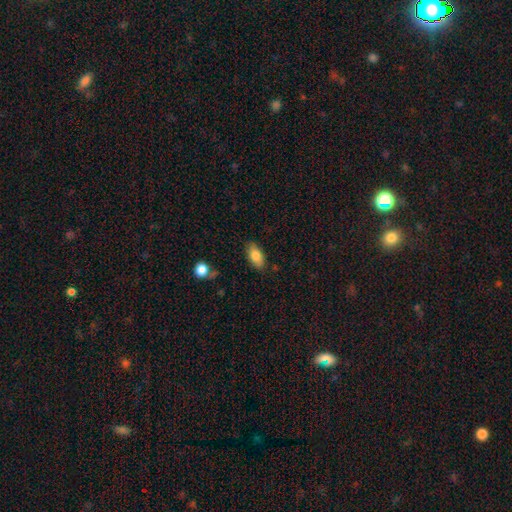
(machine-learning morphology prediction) type=smooth (82%); roundness=in between (90%); merging=none (83%).